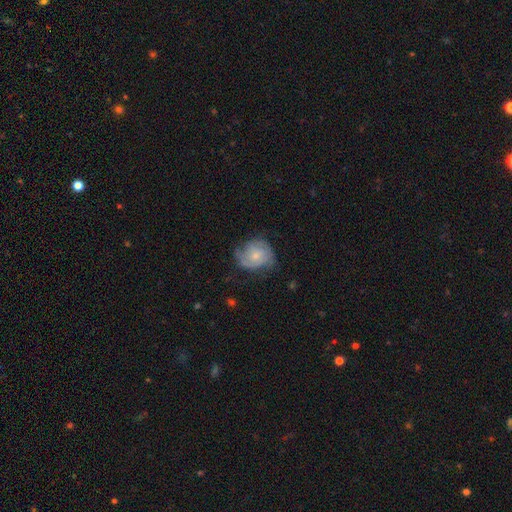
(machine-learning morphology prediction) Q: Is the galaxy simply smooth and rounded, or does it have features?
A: featured or disk — 62%.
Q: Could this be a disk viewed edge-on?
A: no — 98%.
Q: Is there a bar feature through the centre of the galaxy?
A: no — 76%.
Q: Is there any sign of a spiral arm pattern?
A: yes — 87%.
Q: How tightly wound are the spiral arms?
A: tight — 46%.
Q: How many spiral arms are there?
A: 2 — 43%.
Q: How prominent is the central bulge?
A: small — 58%.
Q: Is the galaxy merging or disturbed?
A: none — 58%.